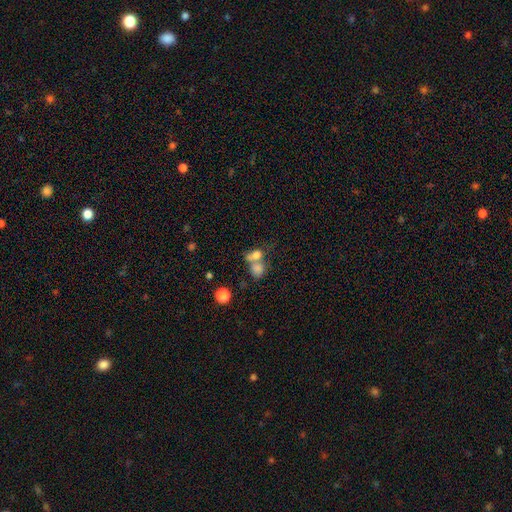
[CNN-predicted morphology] Overall: smooth (73%). How rounded: in between (54%; round 43%). Merging: merger (58%; none 26%).